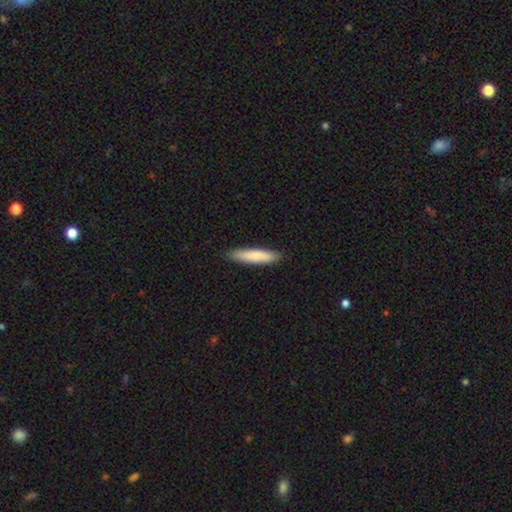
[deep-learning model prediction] smooth 82%, featured or disk 13%, star or artifact 5%. Down the decision tree: how rounded — cigar-shaped (85%); merging — none (89%).